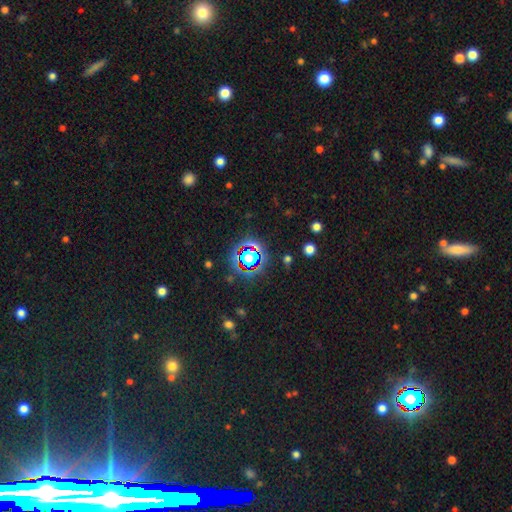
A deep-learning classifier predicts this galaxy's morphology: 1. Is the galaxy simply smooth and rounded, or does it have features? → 80% star or artifact, 13% smooth, 7% featured or disk.